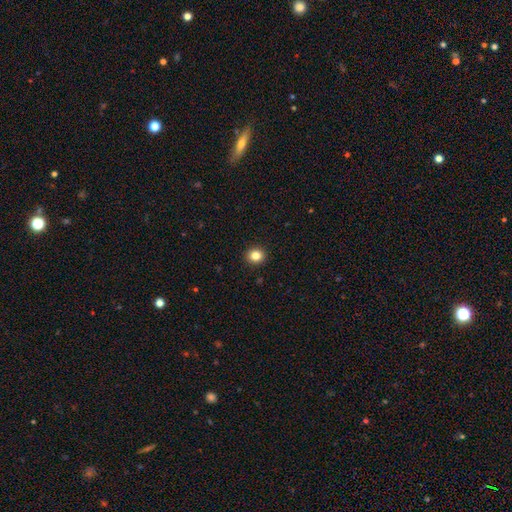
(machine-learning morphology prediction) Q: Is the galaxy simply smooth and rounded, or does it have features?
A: smooth — 84%.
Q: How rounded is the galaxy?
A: round — 84%.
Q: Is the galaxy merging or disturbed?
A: none — 93%.